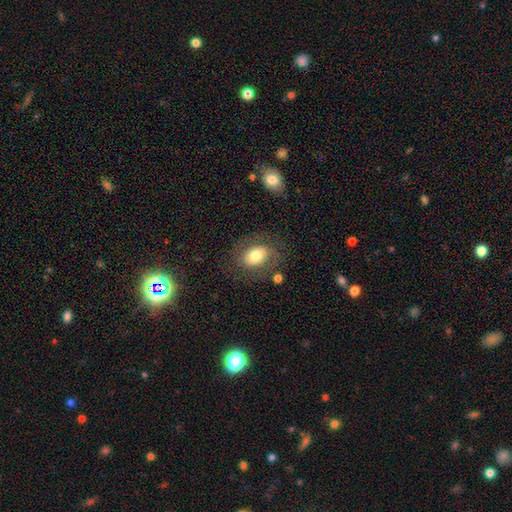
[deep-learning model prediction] This appears to be a smooth galaxy with no disk features (66%) that is in between round and cigar-shaped (63%). Merging: none (73%).